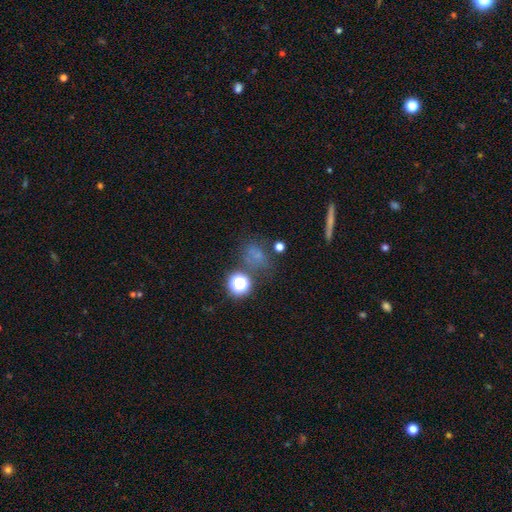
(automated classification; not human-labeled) Overall: smooth (53%; star or artifact 32%). How rounded: round (60%; in between 37%). Merging: none (61%).